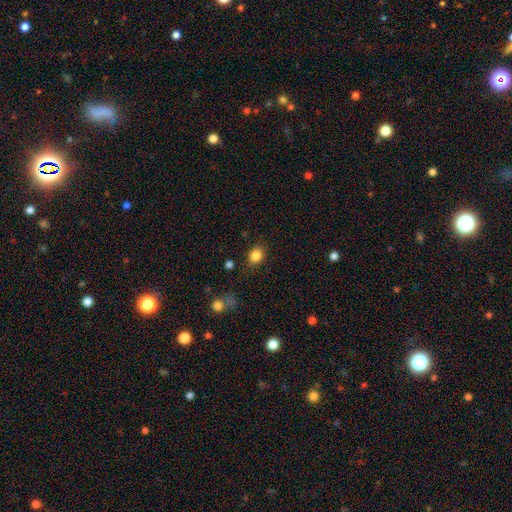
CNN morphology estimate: A smooth galaxy with no disk features (85%) that is round (55%).

Vote fractions:
- Smooth or featured? smooth: 85% / star or artifact: 10% / featured or disk: 5%
- How rounded? round: 55% / in between: 44% / cigar-shaped: 1%
- Merging? none: 82% / minor disturbance: 12% / major disturbance: 4% / merger: 2%